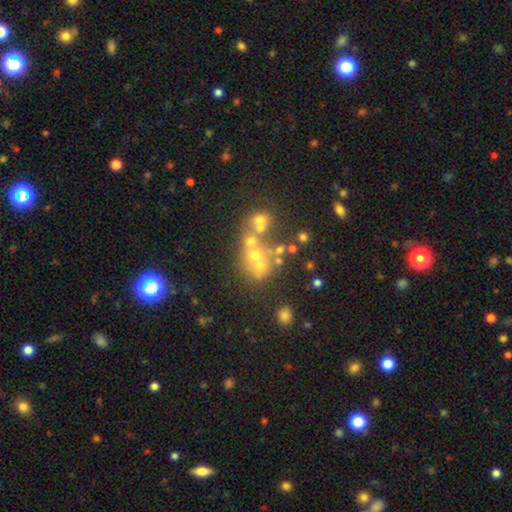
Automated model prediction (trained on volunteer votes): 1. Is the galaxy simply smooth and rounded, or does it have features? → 36% smooth, 33% star or artifact, 31% featured or disk.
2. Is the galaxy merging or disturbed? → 42% merger, 39% none, 10% minor disturbance, 9% major disturbance.